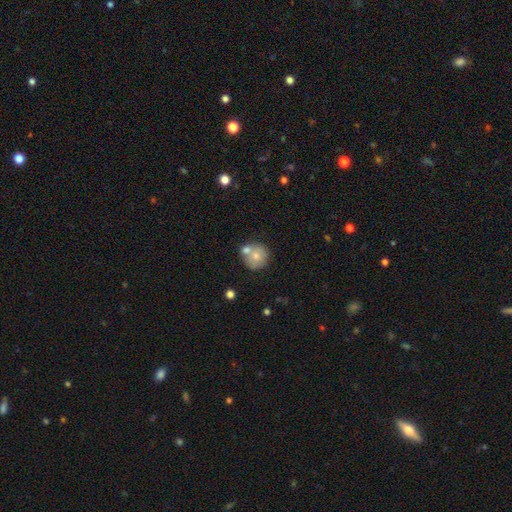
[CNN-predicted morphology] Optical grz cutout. It shows a smooth galaxy with no disk features (71%) that is round (89%). Merging: none (51%).